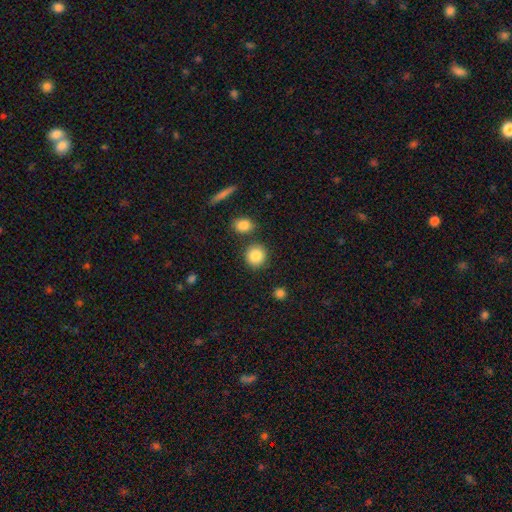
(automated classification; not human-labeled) smooth-or-featured: smooth: 87% | star or artifact: 8% | featured or disk: 5%
  how-rounded: round: 90% | in between: 9% | cigar-shaped: 1%
  merging: none: 83% | minor disturbance: 8% | merger: 6% | major disturbance: 3%